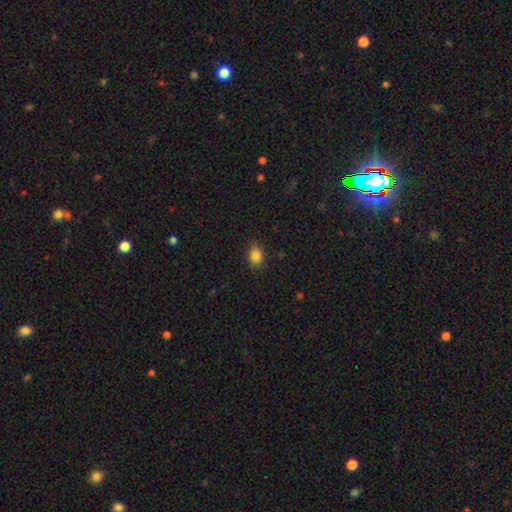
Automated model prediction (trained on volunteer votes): Smooth or featured?
  - smooth: 85% *
  - star or artifact: 10%
  - featured or disk: 5%
How rounded?
  - in between: 70% *
  - round: 29%
  - cigar-shaped: 1%
Merging?
  - none: 83% *
  - minor disturbance: 13%
  - major disturbance: 3%
  - merger: 1%